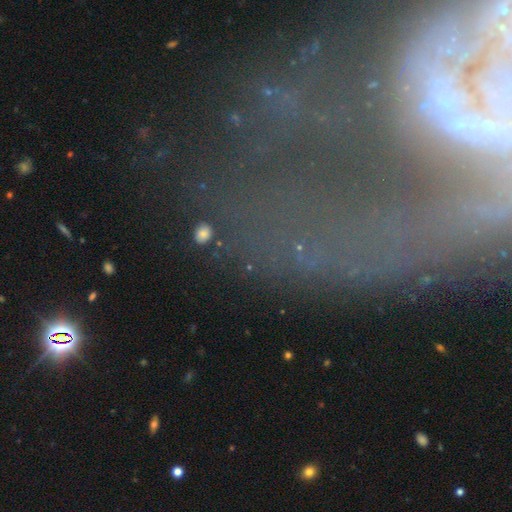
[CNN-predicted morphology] featured or disk 51%, star or artifact 31%, smooth 18%. Down the decision tree: edge-on disk — no (80%); merging — none (53%).